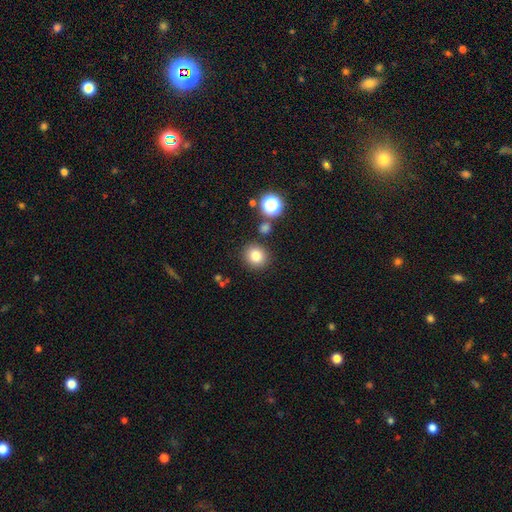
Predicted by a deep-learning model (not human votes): Overall: smooth (81%). How rounded: round (87%). Merging: none (85%).